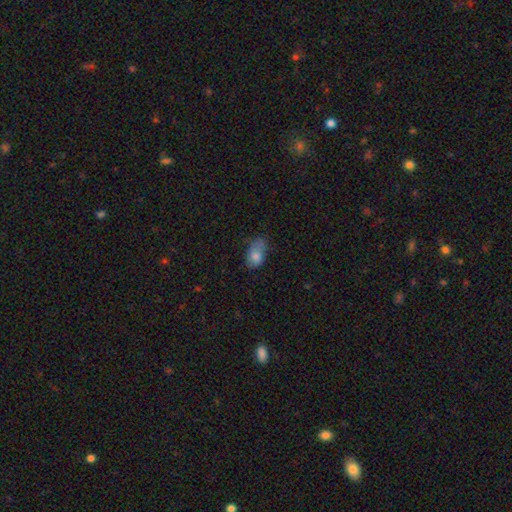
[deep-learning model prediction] smooth 78%, featured or disk 13%, star or artifact 9%. Down the decision tree: how rounded — in between (88%); merging — minor disturbance (38%, tied with none).